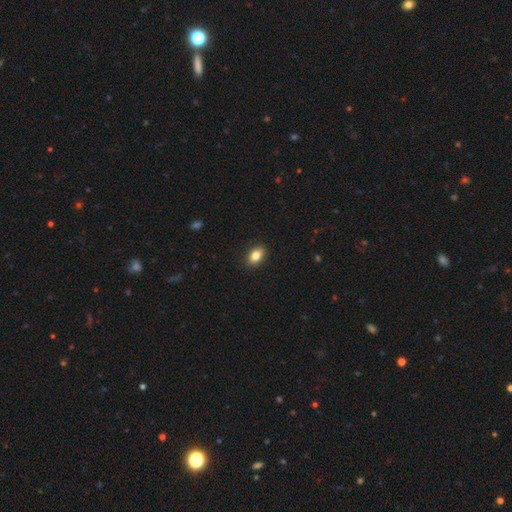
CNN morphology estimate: type=smooth (84%); roundness=in between (84%); merging=none (89%).